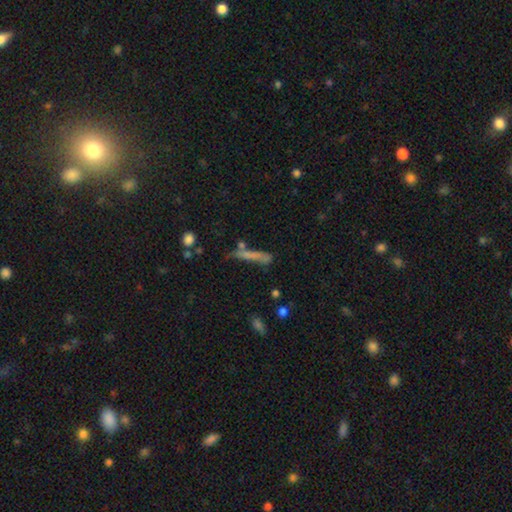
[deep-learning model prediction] Q: Smooth or featured?
A: smooth (57%); runner-up: featured or disk (28%)
Q: How rounded?
A: cigar-shaped (91%); runner-up: in between (6%)
Q: Merging?
A: none (64%); runner-up: minor disturbance (18%)